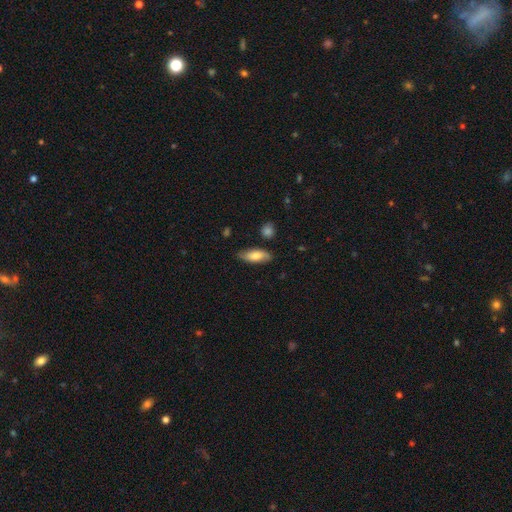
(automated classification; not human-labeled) This appears to be a smooth galaxy with no disk features (66%) that is in between round and cigar-shaped (74%). Merging: none (77%).